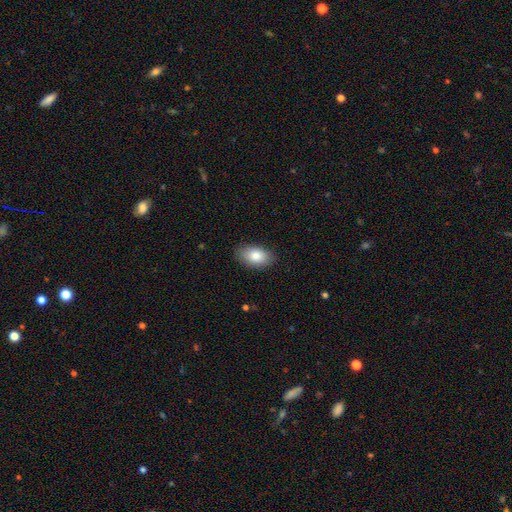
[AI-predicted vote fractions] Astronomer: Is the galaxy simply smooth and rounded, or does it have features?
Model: smooth — 84%.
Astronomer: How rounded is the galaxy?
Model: in between — 92%.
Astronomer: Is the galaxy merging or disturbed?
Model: none — 87%.